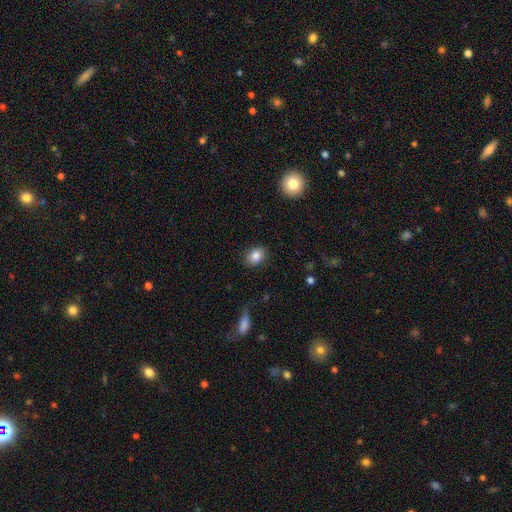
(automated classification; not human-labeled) This appears to be a smooth galaxy with no disk features (85%) that is in between round and cigar-shaped (64%). Merging: none (85%).